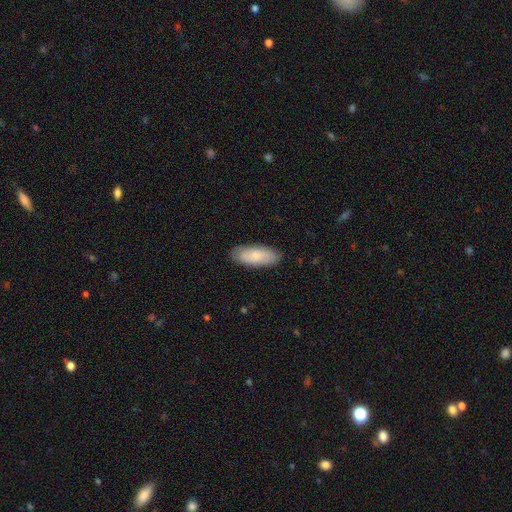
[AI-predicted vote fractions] A smooth galaxy with no disk features (80%) that is in between round and cigar-shaped (78%).

Vote fractions:
- Smooth or featured? smooth: 80% / featured or disk: 15% / star or artifact: 5%
- How rounded? in between: 78% / cigar-shaped: 20% / round: 2%
- Merging? none: 87% / minor disturbance: 10% / major disturbance: 2% / merger: 1%